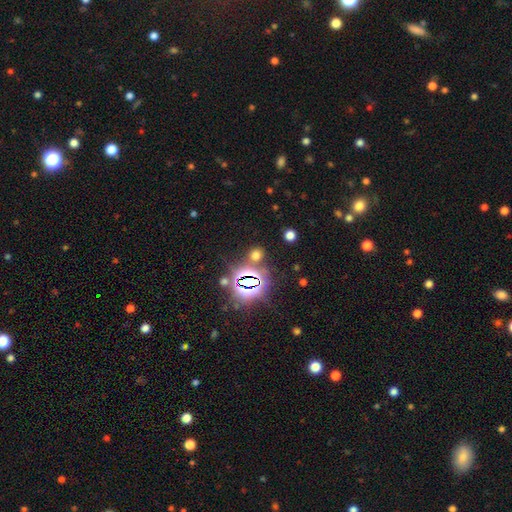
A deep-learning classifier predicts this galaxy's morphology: This appears to be a smooth galaxy with no disk features (48%). Merging: none (79%).